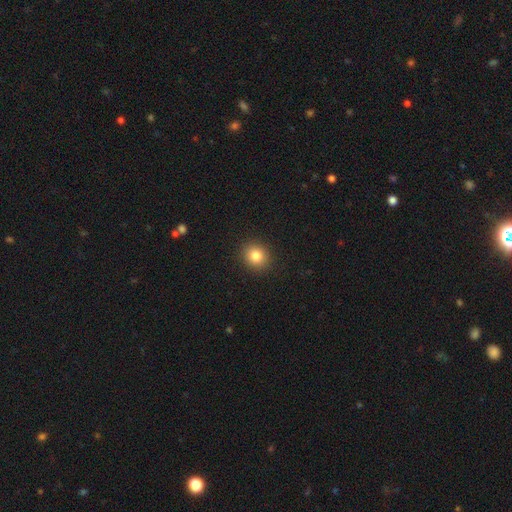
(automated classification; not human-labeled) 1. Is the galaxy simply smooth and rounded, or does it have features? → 83% smooth, 11% star or artifact, 6% featured or disk.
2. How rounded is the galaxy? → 82% round, 17% in between, 1% cigar-shaped.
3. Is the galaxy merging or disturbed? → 92% none, 6% minor disturbance, 2% major disturbance, 1% merger.